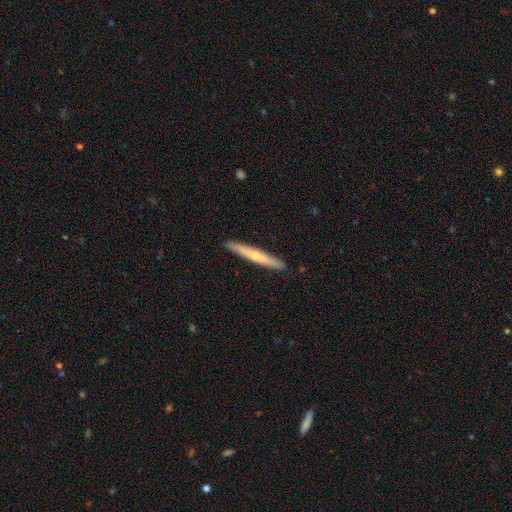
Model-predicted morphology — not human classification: The model was most divided on "smooth or featured": featured or disk: 48%, smooth: 46%, star or artifact: 5%. More confident: merging — none (91%).